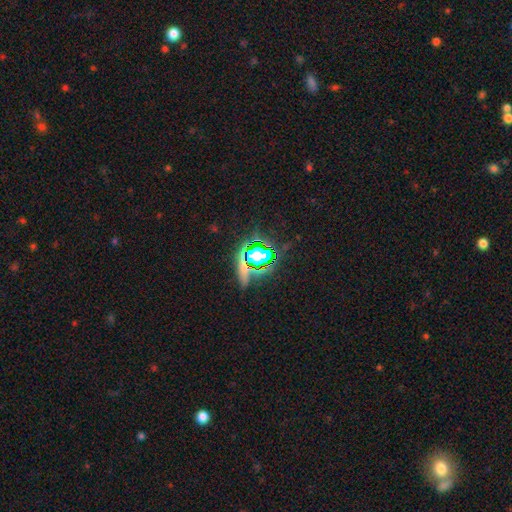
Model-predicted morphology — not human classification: This appears to be a star or artifact, not a galaxy (61%).